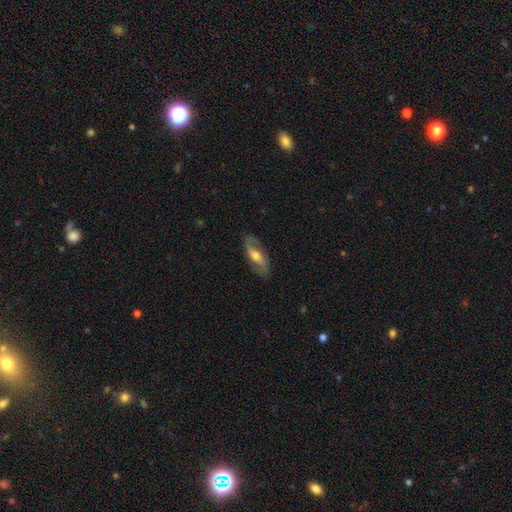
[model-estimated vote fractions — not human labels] Morphology: type=featured or disk (73%); edge-on=no (87%); bar=weak (39%); spiral arms=yes (86%); winding=medium (41%); arm count=2 (88%); bulge=moderate (68%); merging=none (81%).